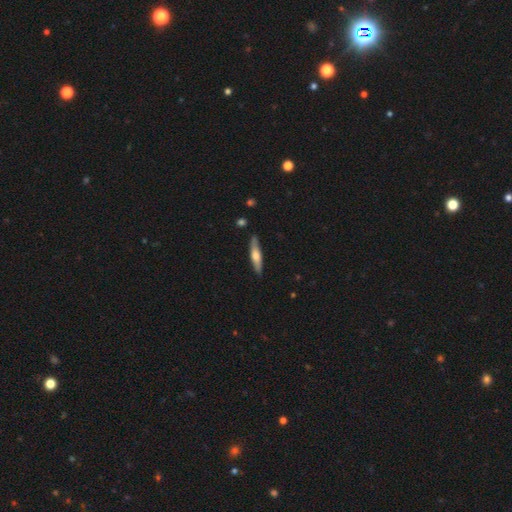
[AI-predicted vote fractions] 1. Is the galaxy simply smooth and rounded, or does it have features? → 47% featured or disk (tied), 47% smooth (tied), 6% star or artifact.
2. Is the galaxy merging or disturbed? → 86% none, 10% minor disturbance, 2% merger, 2% major disturbance.